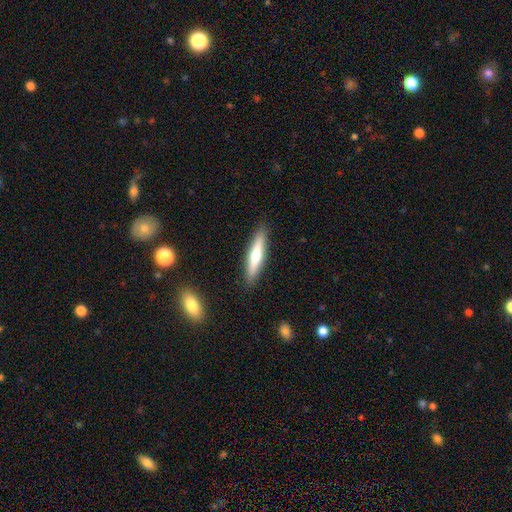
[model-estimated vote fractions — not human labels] smooth_or_featured: smooth (p=0.52) [alt: featured or disk p=0.43]
how_rounded: cigar-shaped (p=0.87) [alt: in between p=0.12]
merging: none (p=0.90) [alt: minor disturbance p=0.07]